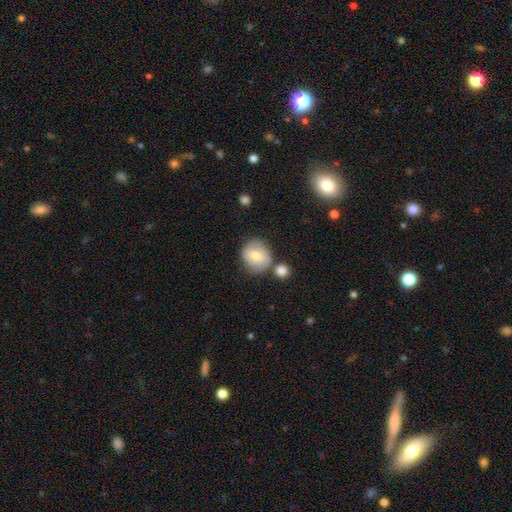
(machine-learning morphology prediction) smooth 65%, featured or disk 28%, star or artifact 7%. Down the decision tree: how rounded — round (79%); merging — none (58%).